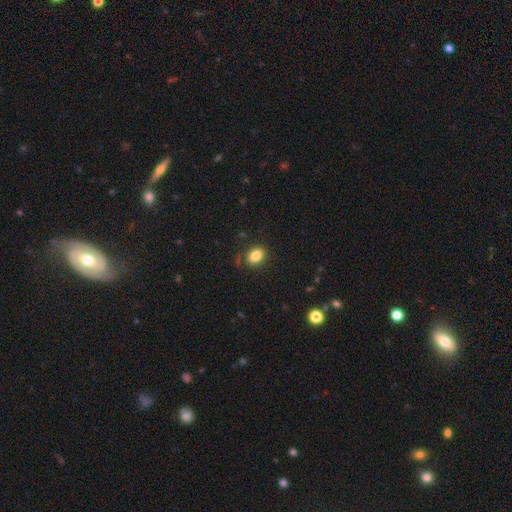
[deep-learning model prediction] Smooth or featured? Predicted: smooth (p=0.84). How rounded? Predicted: in between (p=0.72). Merging? Predicted: none (p=0.82).